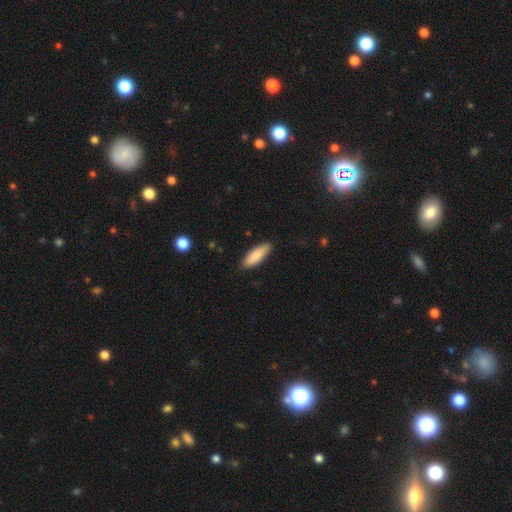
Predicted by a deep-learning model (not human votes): The model was most divided on "how rounded" (2-way tie): cigar-shaped: 49%, in between: 49%, round: 2%. More confident: merging — none (87%); smooth or featured — smooth (85%).